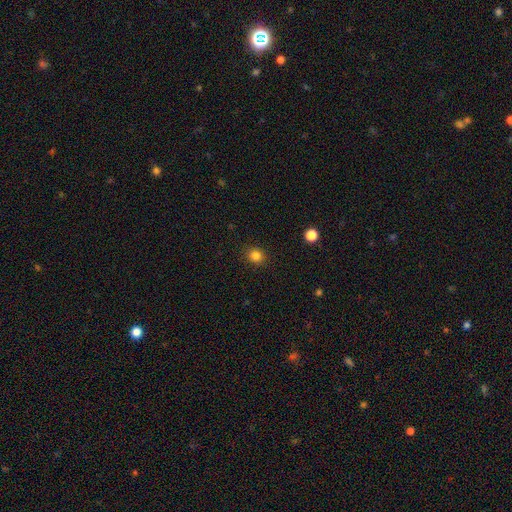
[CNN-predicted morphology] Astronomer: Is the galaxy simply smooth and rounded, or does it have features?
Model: smooth — 83%.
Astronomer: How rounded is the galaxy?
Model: round — 79%.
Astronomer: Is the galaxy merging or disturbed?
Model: none — 90%.